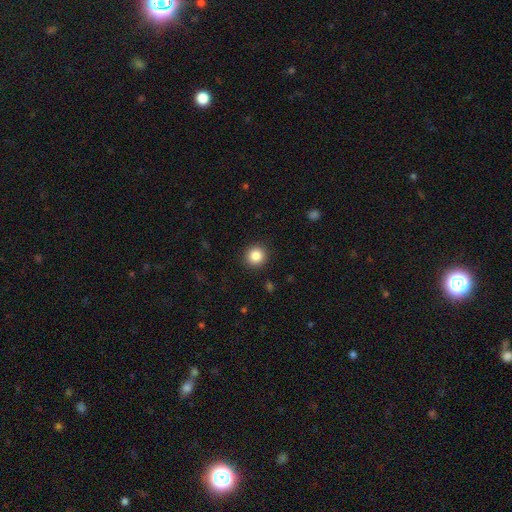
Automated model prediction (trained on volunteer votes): Smooth or featured? Predicted: smooth (p=0.86). How rounded? Predicted: round (p=0.94). Merging? Predicted: none (p=0.92).